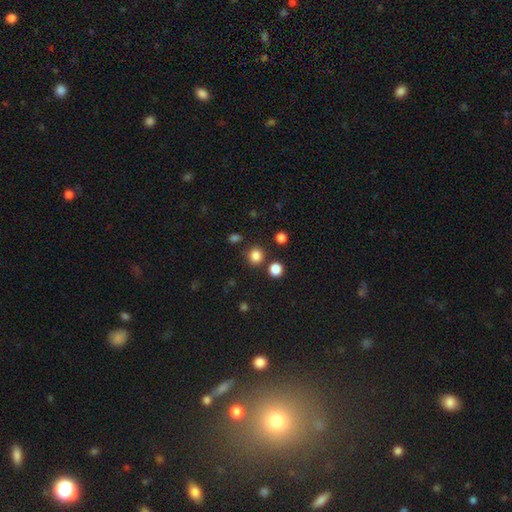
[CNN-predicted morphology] This appears to be a smooth galaxy with no disk features (83%) that is round (87%). Merging: none (84%).